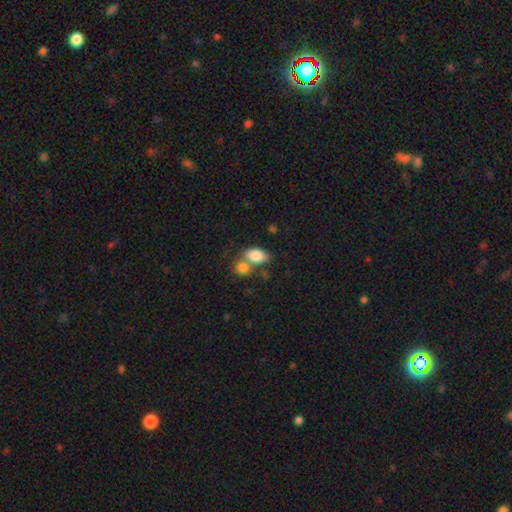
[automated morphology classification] Q: Smooth or featured?
A: smooth (83%); runner-up: featured or disk (10%)
Q: How rounded?
A: in between (84%); runner-up: round (14%)
Q: Merging?
A: merger (47%); runner-up: none (38%)